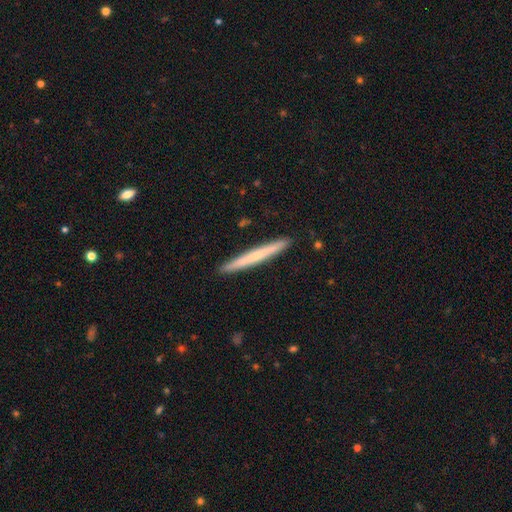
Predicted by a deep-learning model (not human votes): Morphology: type=smooth (56%); roundness=cigar-shaped (97%); merging=none (92%).